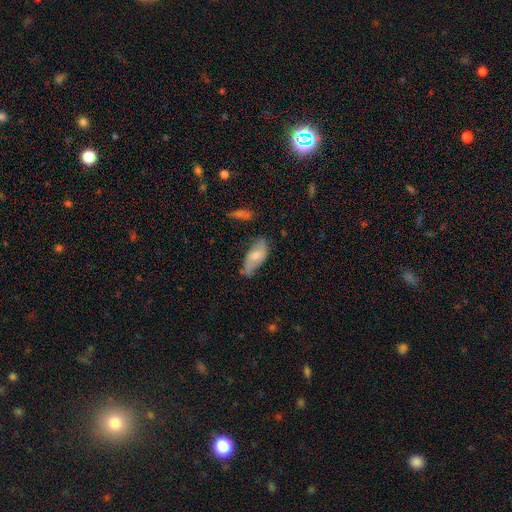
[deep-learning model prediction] Smooth or featured?
  - smooth: 57% *
  - featured or disk: 36%
  - star or artifact: 7%
How rounded?
  - in between: 87% *
  - cigar-shaped: 10%
  - round: 3%
Merging?
  - none: 52% *
  - minor disturbance: 33%
  - major disturbance: 11%
  - merger: 5%